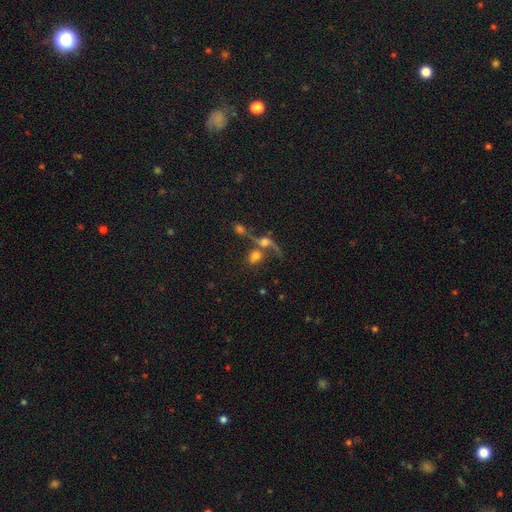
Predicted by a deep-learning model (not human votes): Morphology: type=smooth (51%); roundness=round (61%); merging=merger (57%).